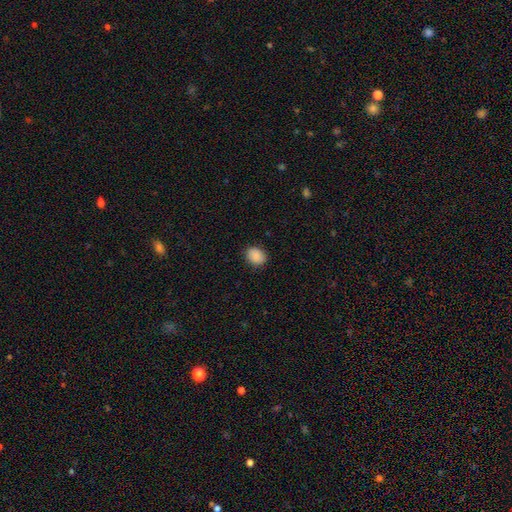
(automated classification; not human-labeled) Smooth or featured? Predicted: smooth (p=0.88). How rounded? Predicted: in between (p=0.53). Merging? Predicted: none (p=0.86).